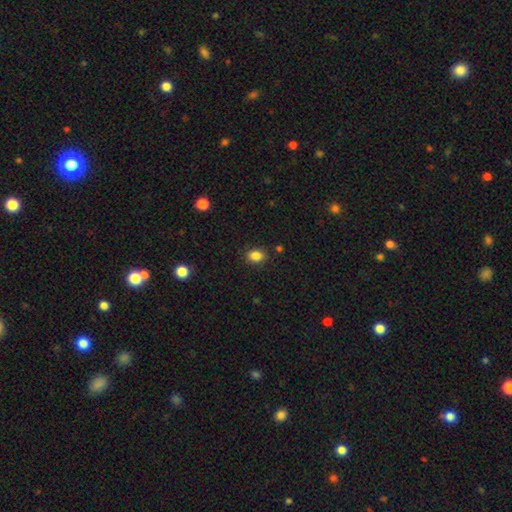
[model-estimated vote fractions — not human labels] smooth-or-featured: smooth: 85% | star or artifact: 10% | featured or disk: 5%
  how-rounded: in between: 72% | round: 26% | cigar-shaped: 1%
  merging: none: 86% | minor disturbance: 10% | major disturbance: 2% | merger: 2%